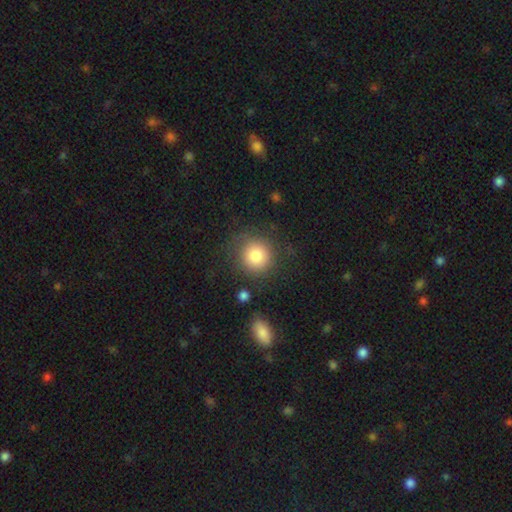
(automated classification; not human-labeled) Smooth or featured?
  - smooth: 81% *
  - featured or disk: 10%
  - star or artifact: 9%
How rounded?
  - round: 92% *
  - in between: 8%
  - cigar-shaped: 1%
Merging?
  - none: 78% *
  - minor disturbance: 13%
  - major disturbance: 6%
  - merger: 3%